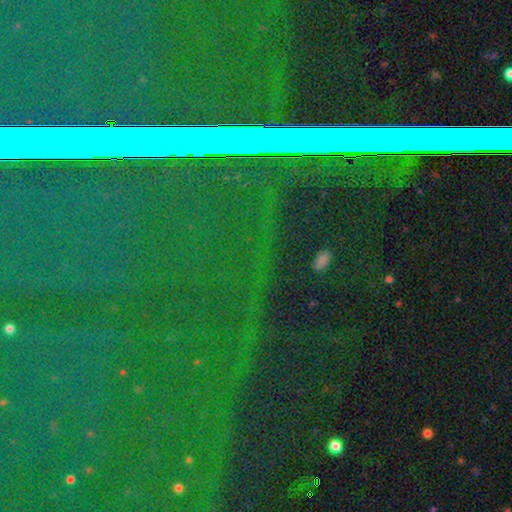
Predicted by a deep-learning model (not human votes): Smooth or featured?
  - star or artifact: 85% *
  - featured or disk: 8%
  - smooth: 7%